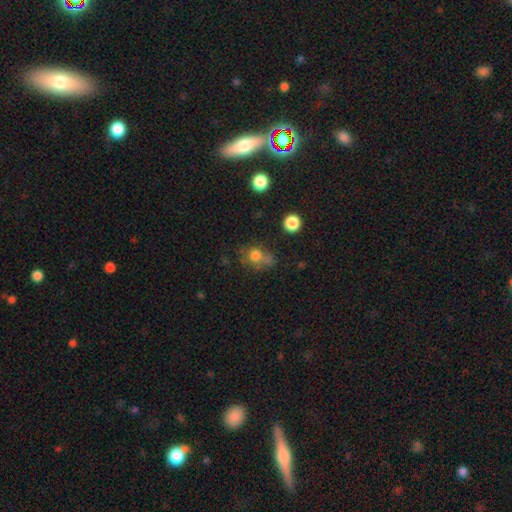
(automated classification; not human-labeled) Smooth or featured?
  - smooth: 71% *
  - star or artifact: 15%
  - featured or disk: 14%
How rounded?
  - round: 67% *
  - in between: 32%
  - cigar-shaped: 2%
Merging?
  - none: 45% *
  - minor disturbance: 22%
  - major disturbance: 17%
  - merger: 16%